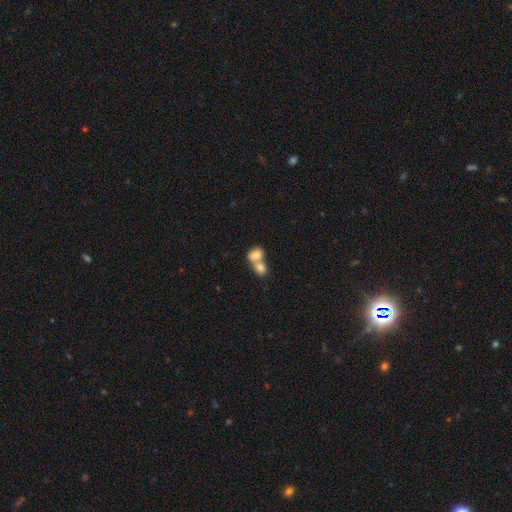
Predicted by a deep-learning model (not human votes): The model was most divided on "how rounded": in between: 61%, round: 38%, cigar-shaped: 2%. More confident: smooth or featured — smooth (78%); merging — merger (73%).